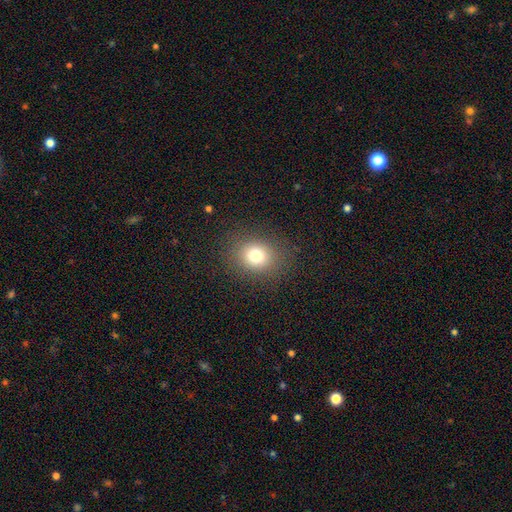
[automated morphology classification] The model was most divided on "how rounded": round: 66%, in between: 33%, cigar-shaped: 1%. More confident: merging — none (86%); smooth or featured — smooth (76%).